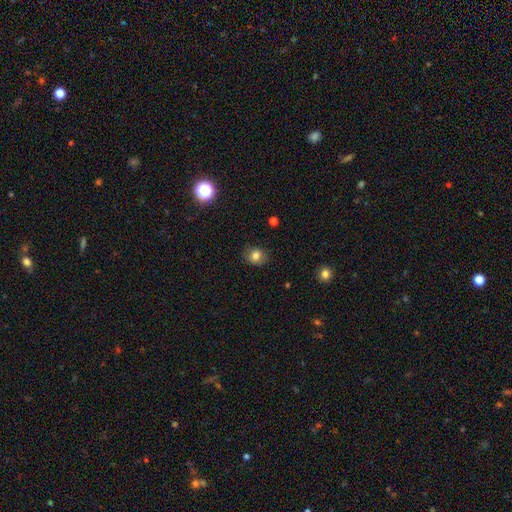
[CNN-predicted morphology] This is likely a smooth galaxy (79%). How rounded: likely round (74%). Merging: clearly none (81%).